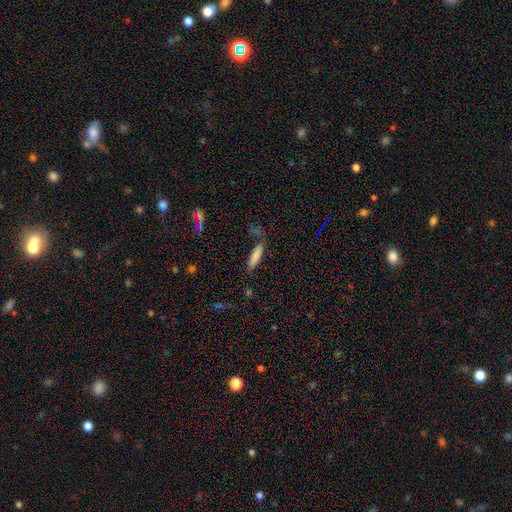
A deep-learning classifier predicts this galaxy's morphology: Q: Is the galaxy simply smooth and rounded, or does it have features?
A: smooth — 80%.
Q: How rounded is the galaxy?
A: cigar-shaped — 70%.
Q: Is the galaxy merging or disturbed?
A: none — 60%.